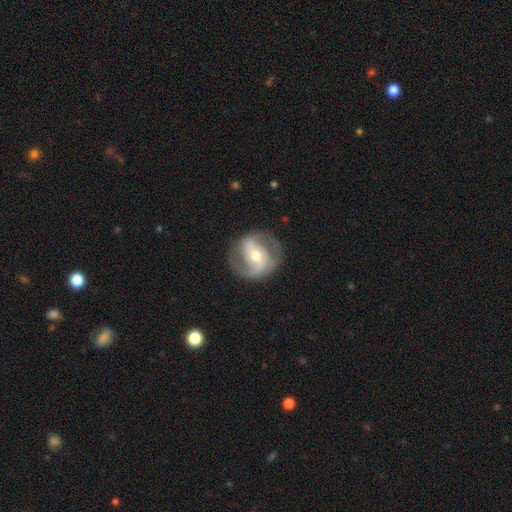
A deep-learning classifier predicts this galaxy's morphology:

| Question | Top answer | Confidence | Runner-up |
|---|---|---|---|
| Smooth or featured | featured or disk | 78% | smooth (17%) |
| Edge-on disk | no | 97% | yes (3%) |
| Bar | weak | 37% | no (32%) |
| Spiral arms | yes | 88% | no (12%) |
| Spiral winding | medium | 48% | tight (28%) |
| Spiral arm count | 2 | 85% | can't tell (7%) |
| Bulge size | moderate | 62% | small (31%) |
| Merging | none | 77% | minor disturbance (14%) |